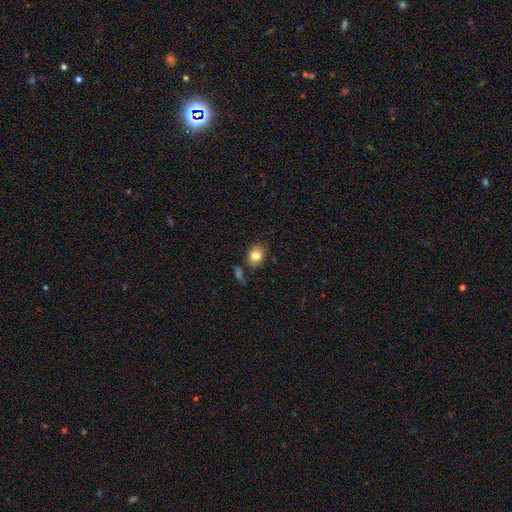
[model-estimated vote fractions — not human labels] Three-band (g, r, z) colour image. It shows a smooth galaxy with no disk features (80%) that is round (53%). Merging: none (72%).